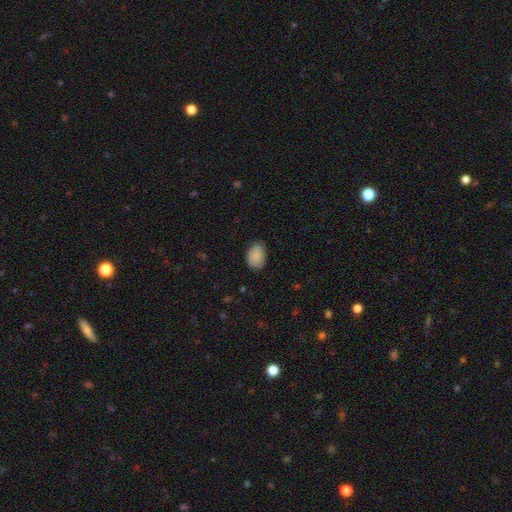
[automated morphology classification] Smooth or featured? smooth (87%)
How rounded? in between (81%)
Merging? none (67%)